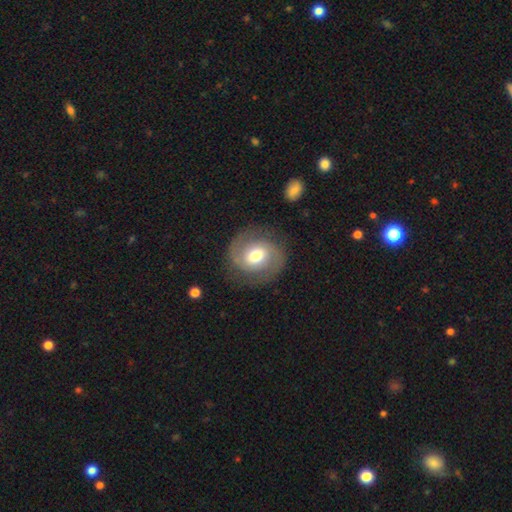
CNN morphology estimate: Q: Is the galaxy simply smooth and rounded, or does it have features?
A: featured or disk — 73%.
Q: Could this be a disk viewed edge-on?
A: no — 98%.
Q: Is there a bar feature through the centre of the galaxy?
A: no — 46%.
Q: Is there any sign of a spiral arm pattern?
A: yes — 90%.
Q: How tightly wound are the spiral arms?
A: medium — 47%.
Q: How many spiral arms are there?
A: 2 — 89%.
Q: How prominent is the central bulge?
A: moderate — 69%.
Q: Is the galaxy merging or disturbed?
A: none — 81%.